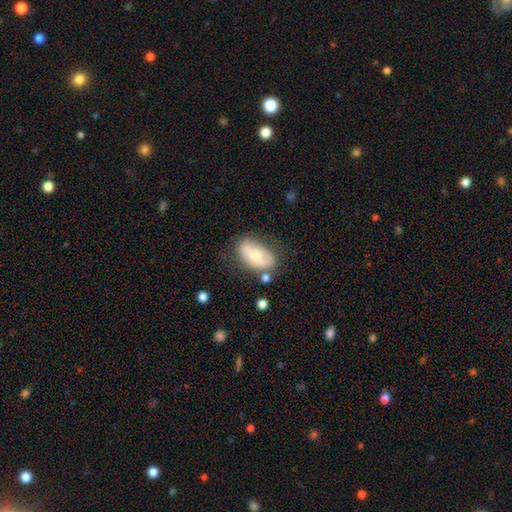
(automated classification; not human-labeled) Smooth or featured?
  - smooth: 57% *
  - featured or disk: 36%
  - star or artifact: 7%
How rounded?
  - in between: 91% *
  - round: 7%
  - cigar-shaped: 2%
Merging?
  - none: 64% *
  - minor disturbance: 21%
  - merger: 7%
  - major disturbance: 7%